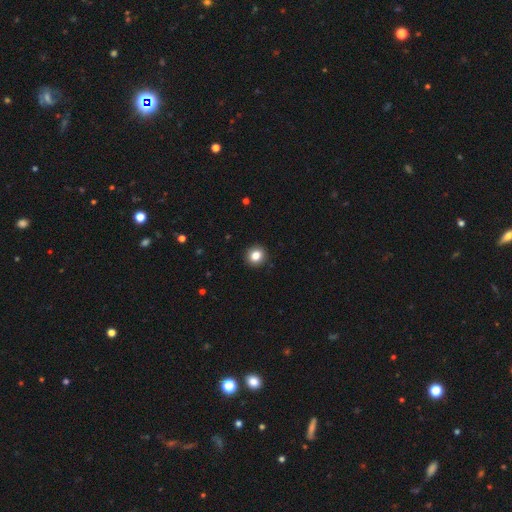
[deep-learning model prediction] smooth-or-featured: smooth: 84% | star or artifact: 10% | featured or disk: 6%
  how-rounded: round: 82% | in between: 17% | cigar-shaped: 1%
  merging: none: 92% | minor disturbance: 5% | major disturbance: 2% | merger: 1%